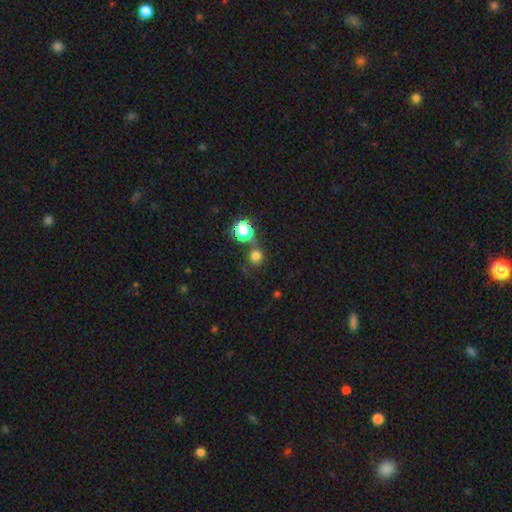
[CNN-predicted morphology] Smooth or featured: smooth — 74% (star or artifact — 20%)
How rounded: round — 91% (in between — 8%)
Merging: none — 68% (merger — 17%)